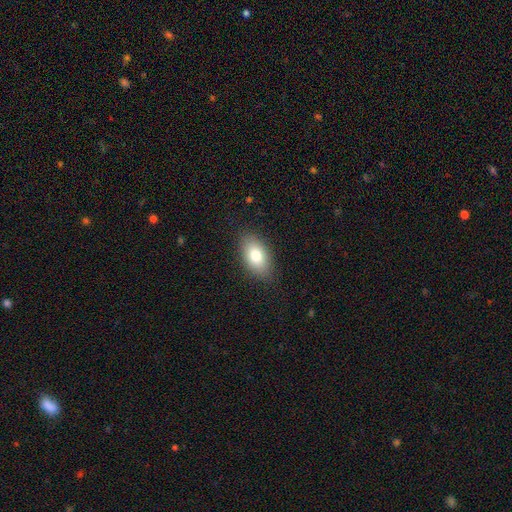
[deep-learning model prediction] This appears to be a smooth galaxy with no disk features (80%) that is in between round and cigar-shaped (92%). Merging: none (85%).